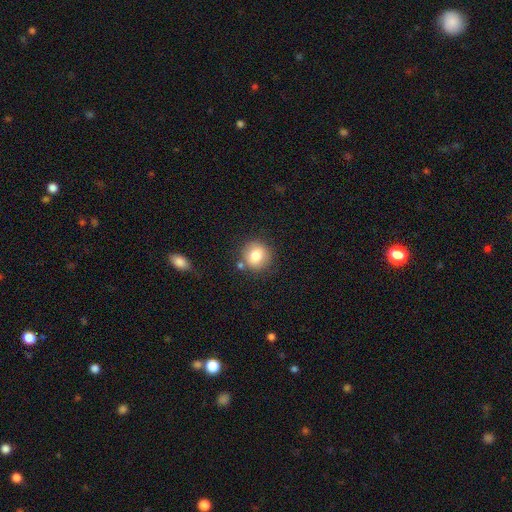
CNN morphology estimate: Overall: smooth (80%). How rounded: round (86%). Merging: none (80%).